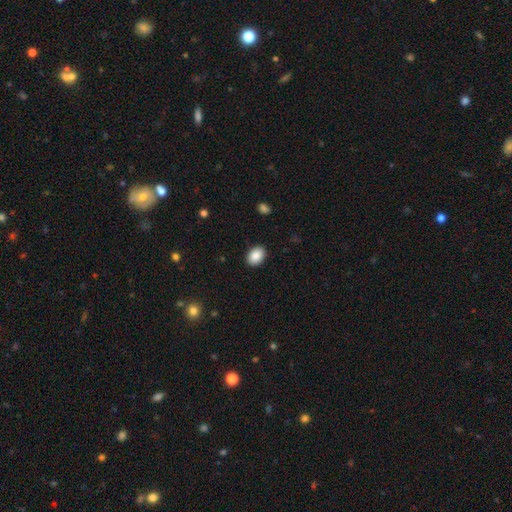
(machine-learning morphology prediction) The model was most divided on "how rounded": in between: 75%, round: 24%, cigar-shaped: 1%. More confident: merging — none (90%); smooth or featured — smooth (88%).